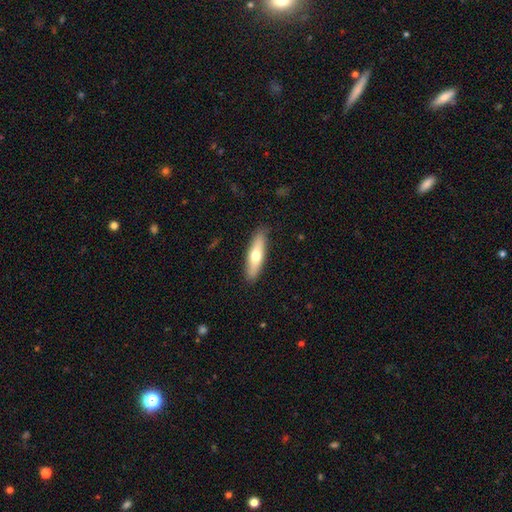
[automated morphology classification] smooth-or-featured: smooth: 63% | featured or disk: 32% | star or artifact: 5%
  how-rounded: cigar-shaped: 67% | in between: 31% | round: 2%
  merging: none: 88% | minor disturbance: 9% | major disturbance: 2% | merger: 1%